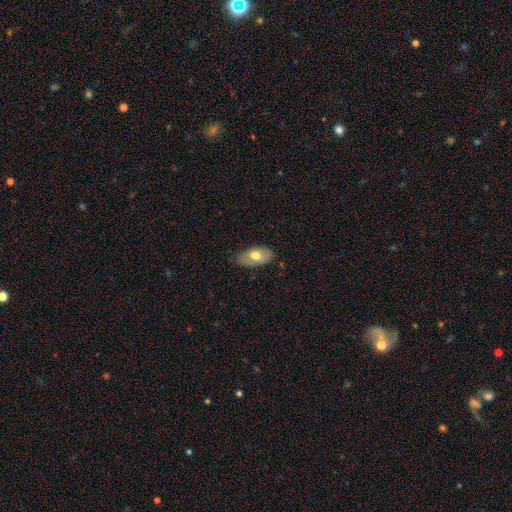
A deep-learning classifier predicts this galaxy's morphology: A smooth galaxy with no disk features (64%) that is in between round and cigar-shaped (93%). Merging: none (73%).